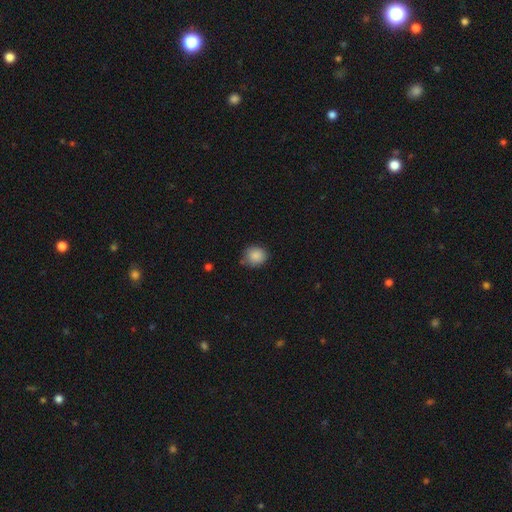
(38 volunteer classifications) This appears to be a smooth galaxy with no disk features (92%) that is round (77%). Merging: none (86%).